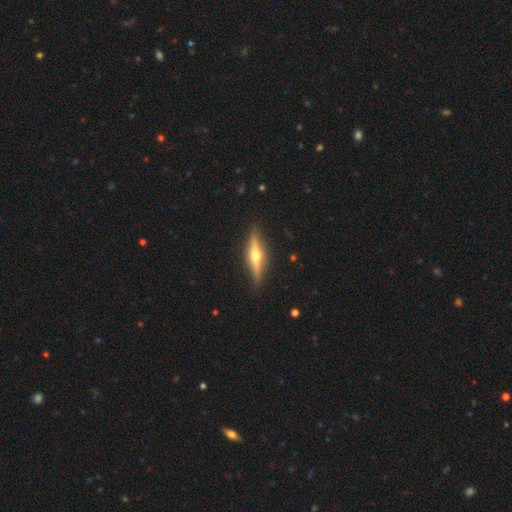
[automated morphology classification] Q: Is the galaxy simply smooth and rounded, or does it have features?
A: featured or disk — 71%.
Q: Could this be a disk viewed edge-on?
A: yes — 96%.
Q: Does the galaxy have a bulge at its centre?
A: rounded — 94%.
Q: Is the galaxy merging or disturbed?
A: none — 89%.